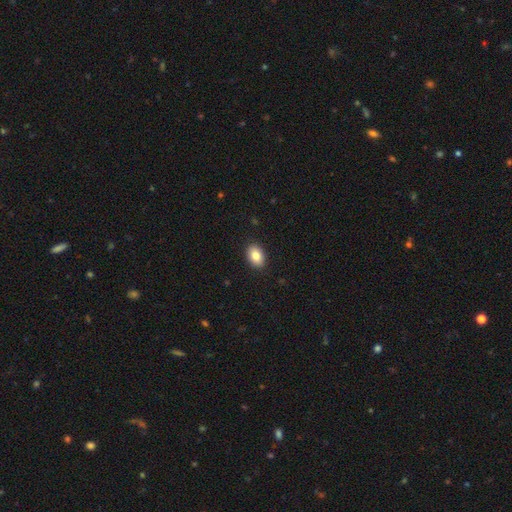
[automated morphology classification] This appears to be a smooth galaxy with no disk features (84%) that is in between round and cigar-shaped (83%). Merging: none (90%).